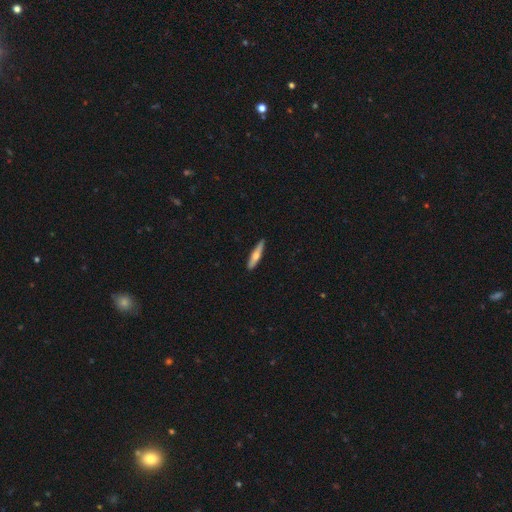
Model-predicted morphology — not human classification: A smooth galaxy with no disk features (54%) that is cigar-shaped (84%). Merging: none (90%).